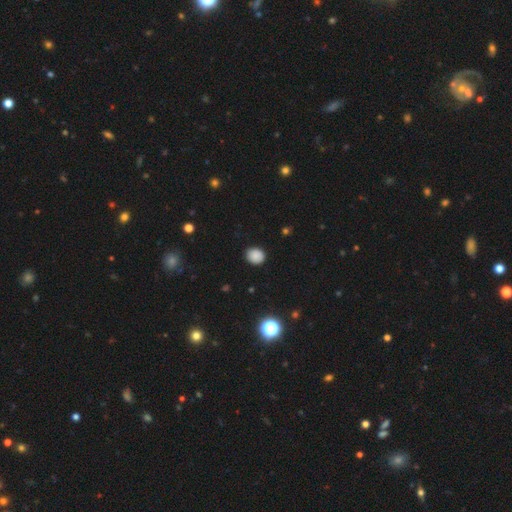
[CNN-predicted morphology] The model was most divided on "how rounded": round: 68%, in between: 31%, cigar-shaped: 1%. More confident: merging — none (88%); smooth or featured — smooth (86%).